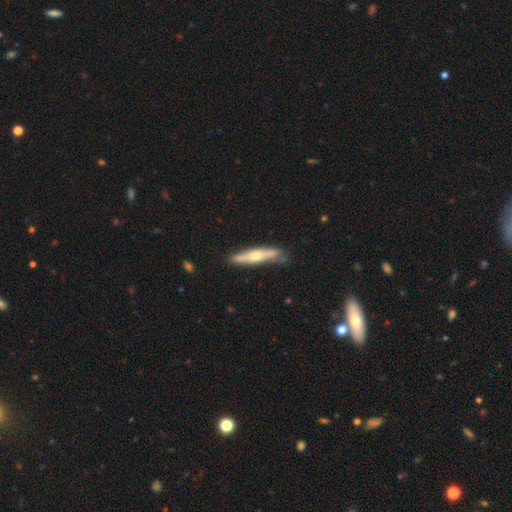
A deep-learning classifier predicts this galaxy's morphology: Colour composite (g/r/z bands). It shows a featured or disk galaxy (55%) viewed edge-on (88%). Merging: none (78%).